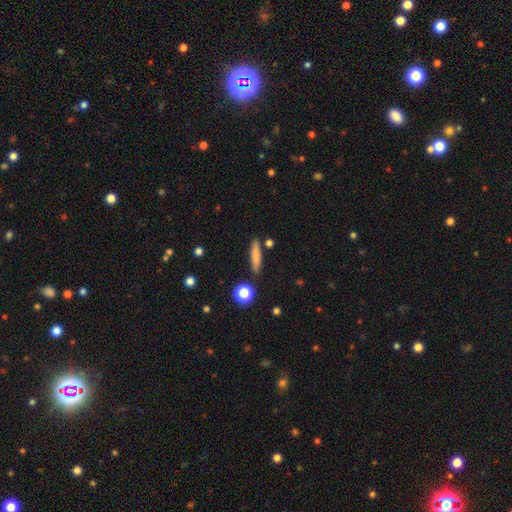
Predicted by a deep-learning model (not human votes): A smooth galaxy with no disk features (76%) that is cigar-shaped (85%).

Vote fractions:
- Smooth or featured? smooth: 76% / featured or disk: 16% / star or artifact: 8%
- How rounded? cigar-shaped: 85% / in between: 12% / round: 3%
- Merging? none: 85% / minor disturbance: 9% / merger: 4% / major disturbance: 2%